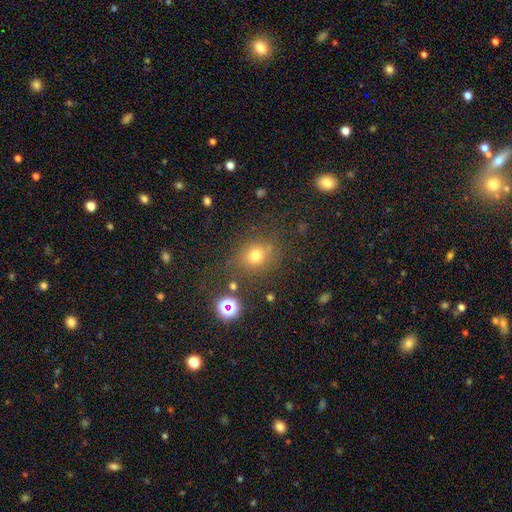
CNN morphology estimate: Overall: smooth (67%). How rounded: round (75%). Merging: none (75%).